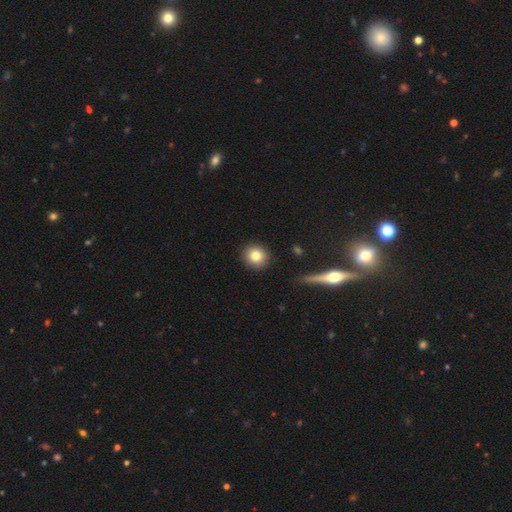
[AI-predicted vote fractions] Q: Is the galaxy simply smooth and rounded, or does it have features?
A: smooth — 82%.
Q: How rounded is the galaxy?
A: round — 88%.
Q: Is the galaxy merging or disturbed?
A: none — 90%.